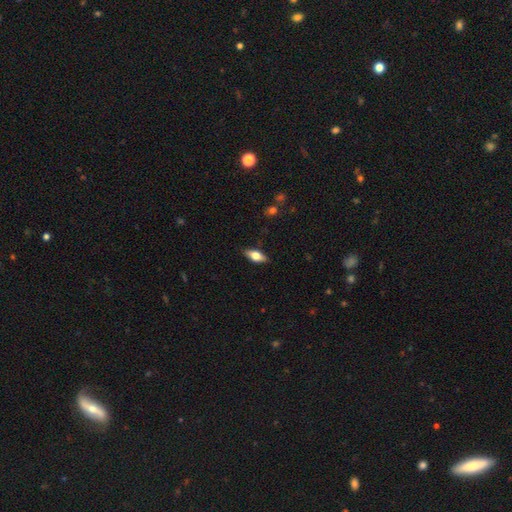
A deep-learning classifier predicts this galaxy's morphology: Overall: smooth (62%; featured or disk 31%). How rounded: in between (80%). Merging: none (87%).